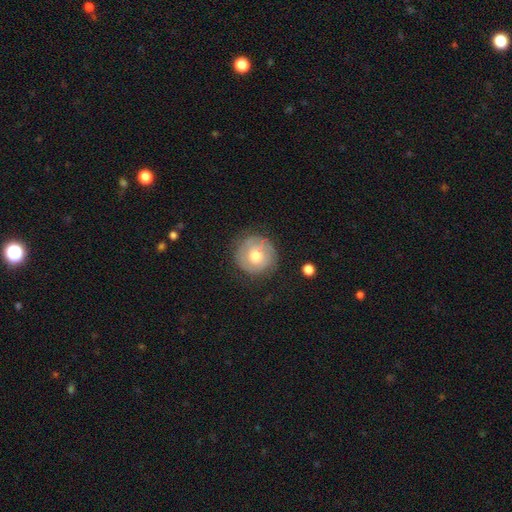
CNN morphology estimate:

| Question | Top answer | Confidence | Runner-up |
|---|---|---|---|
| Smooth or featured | smooth | 49% | featured or disk (44%) |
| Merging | none | 77% | minor disturbance (16%) |